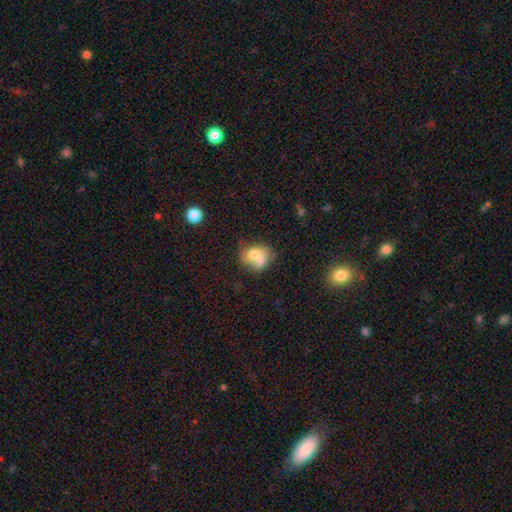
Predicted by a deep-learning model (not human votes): This is likely a smooth galaxy (68%). How rounded: possibly round (51%). Merging: possibly merger (60%).